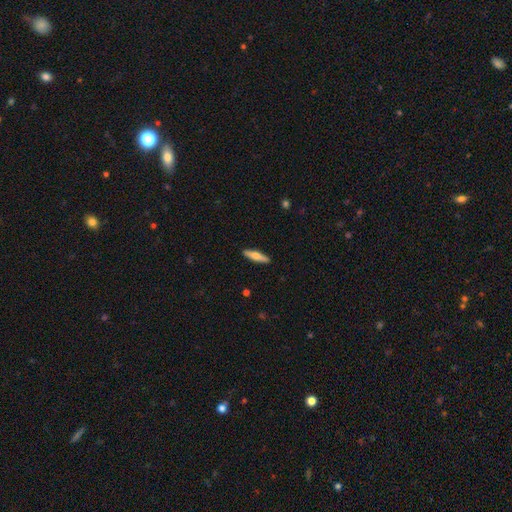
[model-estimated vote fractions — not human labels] Smooth or featured?
  - smooth: 56% *
  - featured or disk: 38%
  - star or artifact: 6%
How rounded?
  - cigar-shaped: 77% *
  - in between: 21%
  - round: 2%
Merging?
  - none: 91% *
  - minor disturbance: 7%
  - major disturbance: 1%
  - merger: 1%